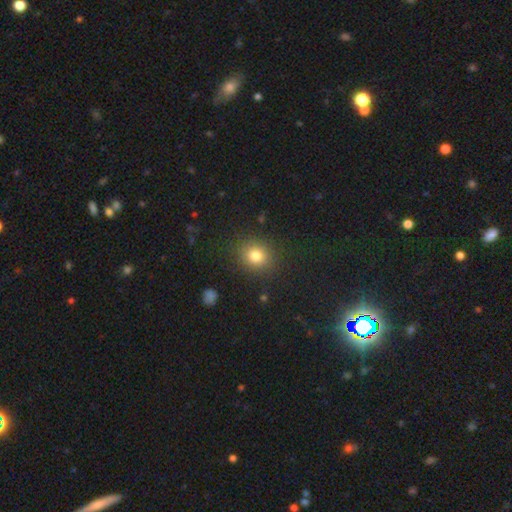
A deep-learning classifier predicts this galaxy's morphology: Smooth or featured?
  - smooth: 80% *
  - star or artifact: 13%
  - featured or disk: 7%
How rounded?
  - round: 74% *
  - in between: 25%
  - cigar-shaped: 1%
Merging?
  - none: 87% *
  - minor disturbance: 8%
  - major disturbance: 3%
  - merger: 1%